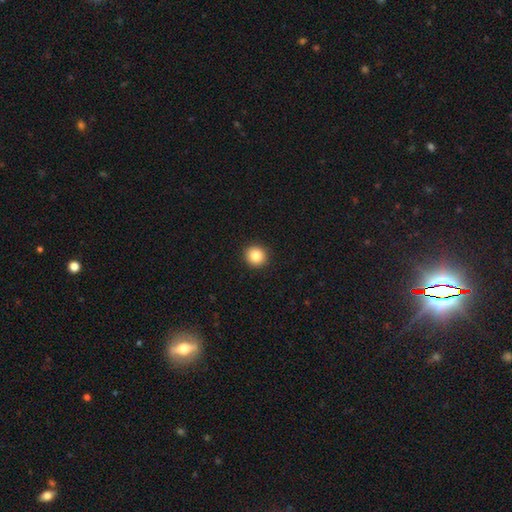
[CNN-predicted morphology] The model was most divided on "smooth or featured": smooth: 84%, star or artifact: 10%, featured or disk: 6%. More confident: merging — none (93%); how rounded — round (93%).